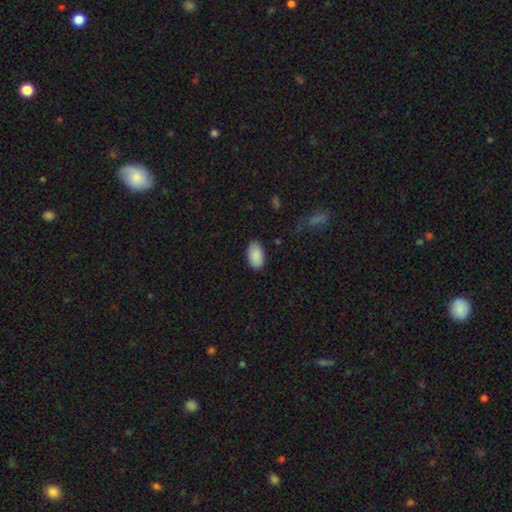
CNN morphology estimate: This appears to be a smooth galaxy with no disk features (90%) that is in between round and cigar-shaped (95%). Merging: none (86%).